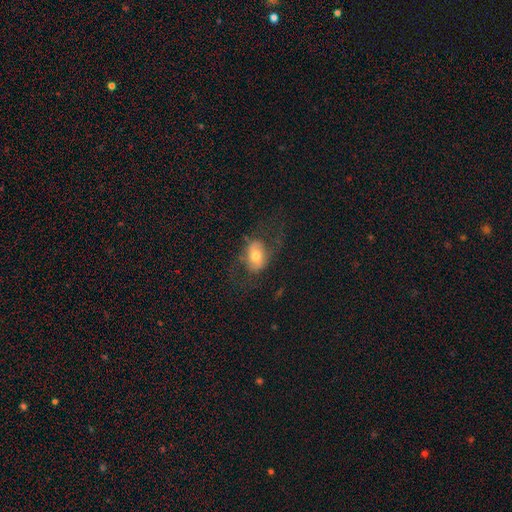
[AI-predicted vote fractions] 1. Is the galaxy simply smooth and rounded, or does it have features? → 48% smooth, 43% featured or disk, 9% star or artifact.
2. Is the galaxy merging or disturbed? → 61% none, 20% major disturbance, 18% minor disturbance, 2% merger.